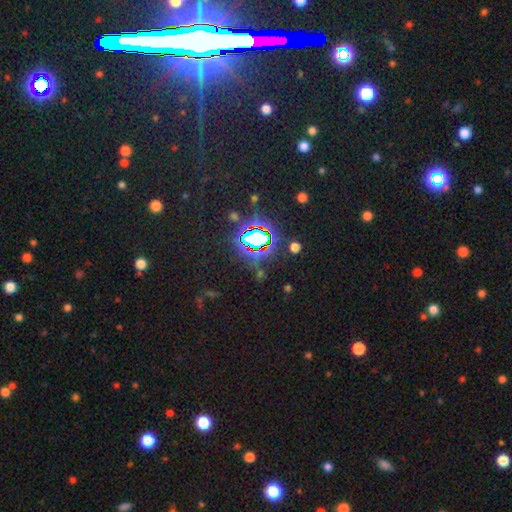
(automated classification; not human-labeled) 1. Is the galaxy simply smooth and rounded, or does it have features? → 84% star or artifact, 9% smooth, 7% featured or disk.